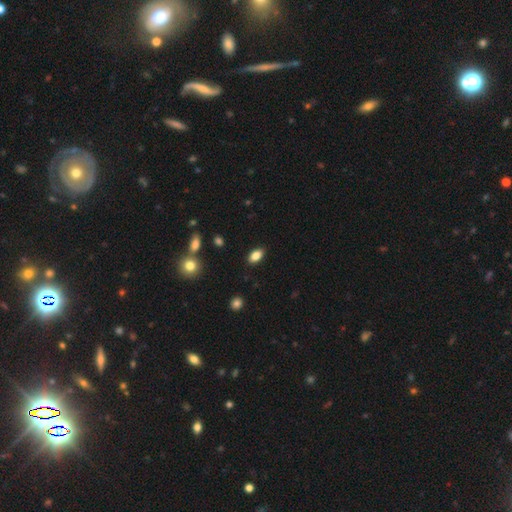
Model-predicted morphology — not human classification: smooth-or-featured: smooth: 84% | star or artifact: 9% | featured or disk: 7%
  how-rounded: in between: 90% | round: 7% | cigar-shaped: 3%
  merging: none: 88% | minor disturbance: 9% | major disturbance: 2% | merger: 2%